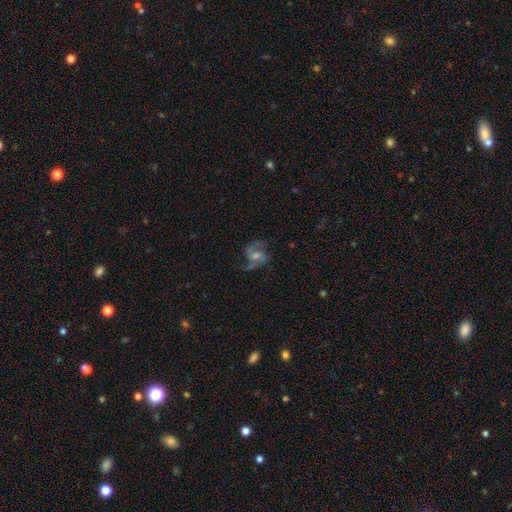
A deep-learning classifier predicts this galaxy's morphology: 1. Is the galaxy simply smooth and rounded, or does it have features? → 79% featured or disk, 11% star or artifact, 10% smooth.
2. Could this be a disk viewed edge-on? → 98% no, 2% yes.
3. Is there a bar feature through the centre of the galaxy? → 46% no, 42% weak, 12% strong.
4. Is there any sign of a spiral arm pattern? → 95% yes, 5% no.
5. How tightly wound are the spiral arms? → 51% medium, 36% loose, 13% tight.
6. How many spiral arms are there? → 73% 2, 12% 3, 7% can't tell, 4% 1, 3% 4, 2% more than 4.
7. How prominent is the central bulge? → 48% moderate, 40% small, 6% none, 5% large, 1% dominant.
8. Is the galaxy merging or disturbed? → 67% none, 17% minor disturbance, 15% major disturbance, 2% merger.